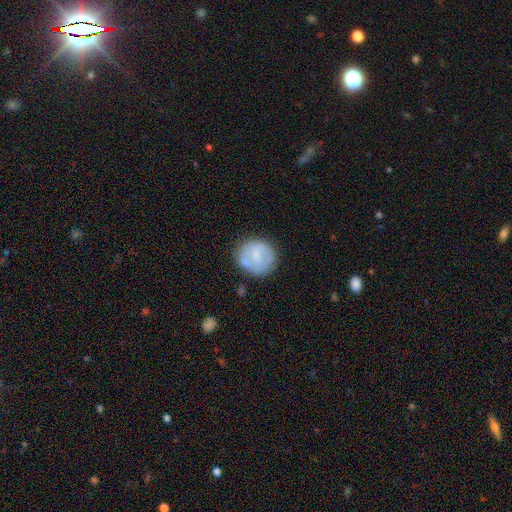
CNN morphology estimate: The model was most divided on "smooth or featured": smooth: 64%, featured or disk: 29%, star or artifact: 7%. More confident: how rounded — round (86%); merging — none (70%).